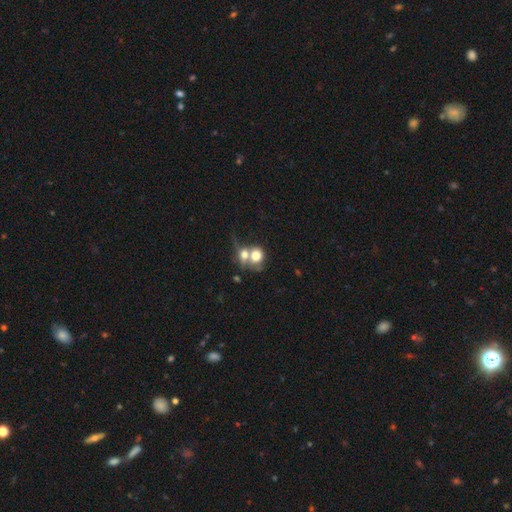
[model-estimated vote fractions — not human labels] smooth 69%, featured or disk 21%, star or artifact 10%. Down the decision tree: how rounded — round (64%); merging — merger (68%).